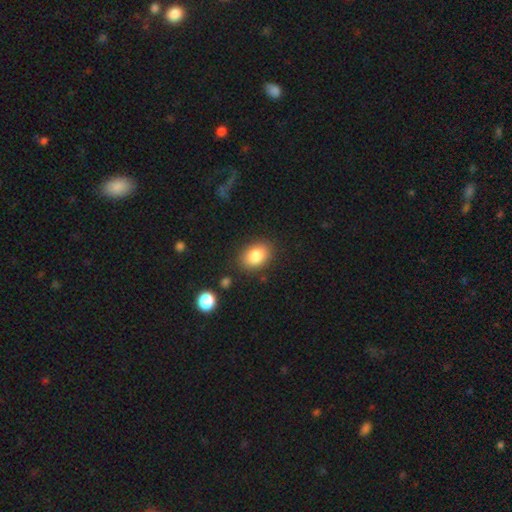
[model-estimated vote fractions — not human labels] A smooth galaxy with no disk features (84%) that is in between round and cigar-shaped (77%).

Vote fractions:
- Smooth or featured? smooth: 84% / star or artifact: 8% / featured or disk: 8%
- How rounded? in between: 77% / round: 22% / cigar-shaped: 1%
- Merging? none: 84% / minor disturbance: 11% / major disturbance: 3% / merger: 2%